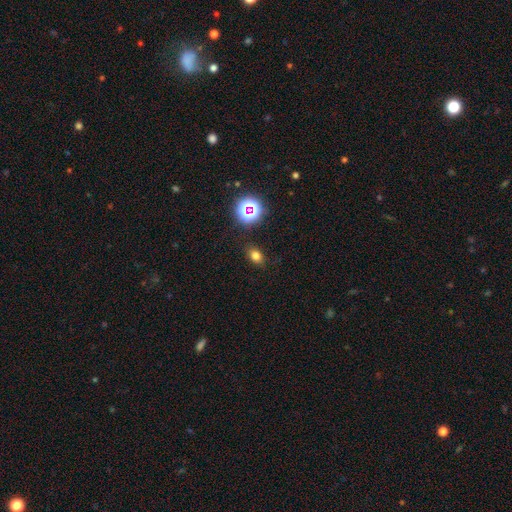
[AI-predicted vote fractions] Overall: smooth (74%). How rounded: in between (68%; round 30%). Merging: none (86%).